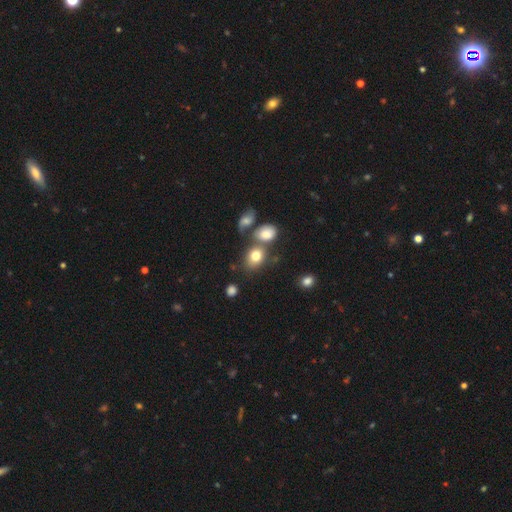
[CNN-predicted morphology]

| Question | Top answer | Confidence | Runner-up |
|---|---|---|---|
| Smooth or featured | smooth | 76% | featured or disk (14%) |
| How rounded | in between | 60% | round (39%) |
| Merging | none | 55% | merger (26%) |